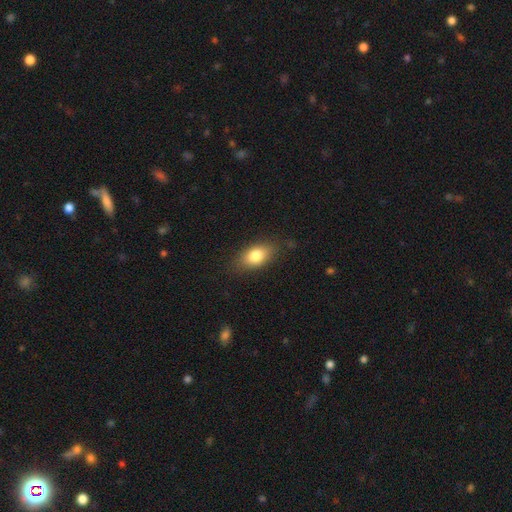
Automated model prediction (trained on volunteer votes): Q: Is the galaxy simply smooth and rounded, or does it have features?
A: smooth — 80%.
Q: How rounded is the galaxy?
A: in between — 85%.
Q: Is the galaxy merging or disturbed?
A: none — 82%.